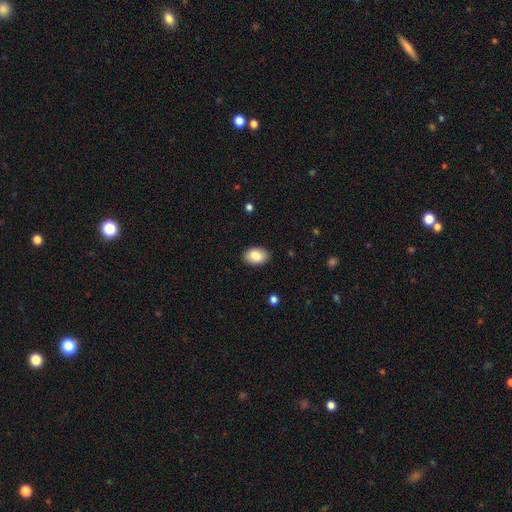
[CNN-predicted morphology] The model was most divided on "merging": none: 87%, minor disturbance: 10%, major disturbance: 2%, merger: 1%. More confident: how rounded — in between (88%); smooth or featured — smooth (86%).